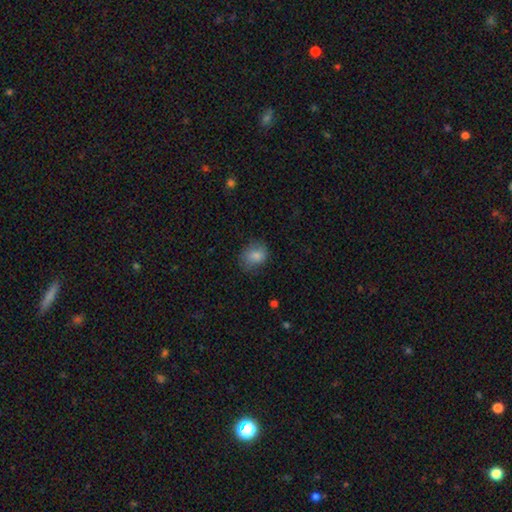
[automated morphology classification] This appears to be a smooth galaxy with no disk features (83%) that is round (53%). Merging: none (70%).